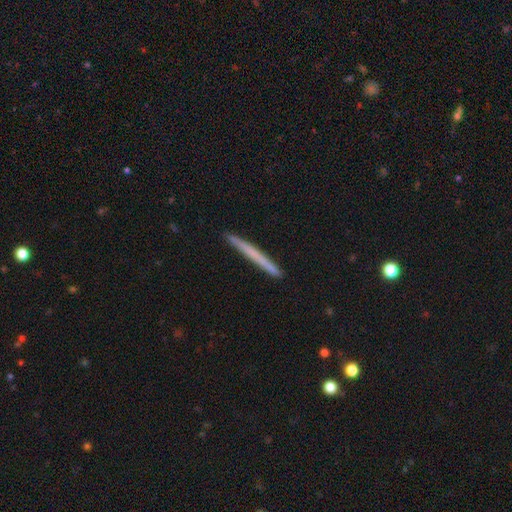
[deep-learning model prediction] Smooth or featured?
  - smooth: 56% *
  - featured or disk: 38%
  - star or artifact: 6%
How rounded?
  - cigar-shaped: 97% *
  - in between: 1%
  - round: 1%
Merging?
  - none: 91% *
  - minor disturbance: 6%
  - major disturbance: 1%
  - merger: 1%